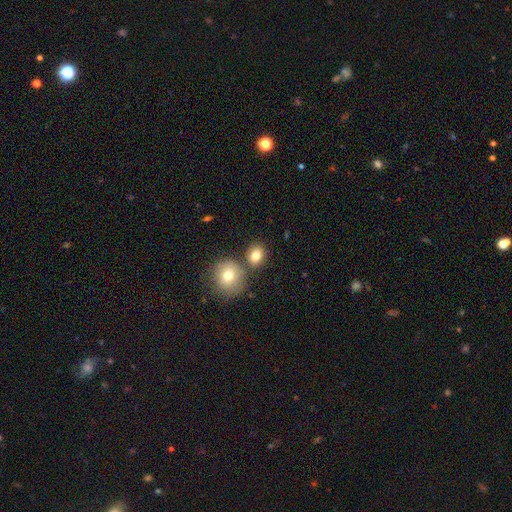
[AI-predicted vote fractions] This appears to be a smooth galaxy with no disk features (80%) that is round (65%). Merging: none (70%).